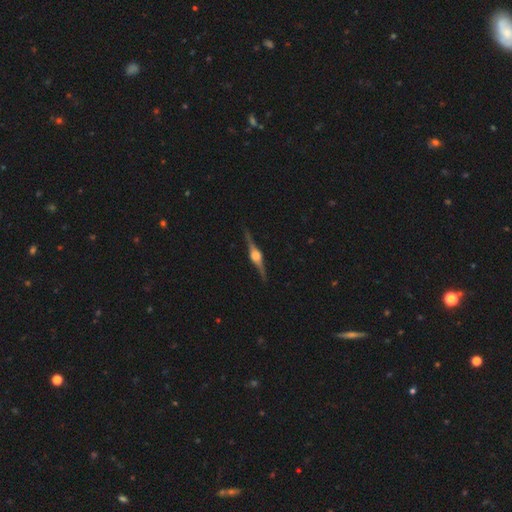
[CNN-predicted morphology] This appears to be a featured or disk galaxy (88%) viewed edge-on (98%) with a rounded central bulge (88%). Merging: none (90%).